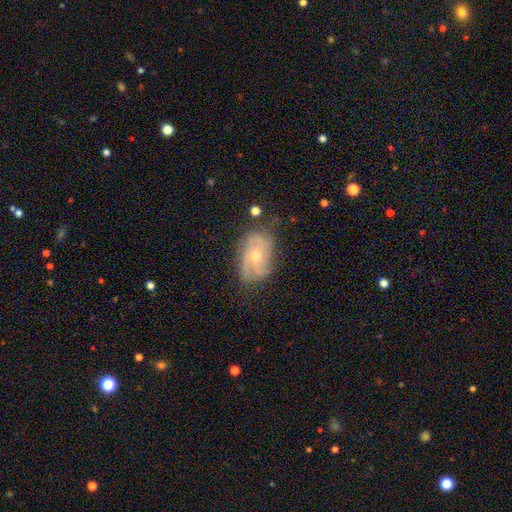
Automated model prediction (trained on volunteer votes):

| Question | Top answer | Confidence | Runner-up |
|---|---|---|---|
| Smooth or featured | featured or disk | 76% | smooth (17%) |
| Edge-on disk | no | 96% | yes (4%) |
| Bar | no | 68% | weak (28%) |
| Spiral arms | yes | 90% | no (10%) |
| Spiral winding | tight | 47% | medium (39%) |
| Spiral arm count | can't tell | 29% | tied: 2 (29%) |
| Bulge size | moderate | 50% | small (46%) |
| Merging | none | 64% | minor disturbance (25%) |